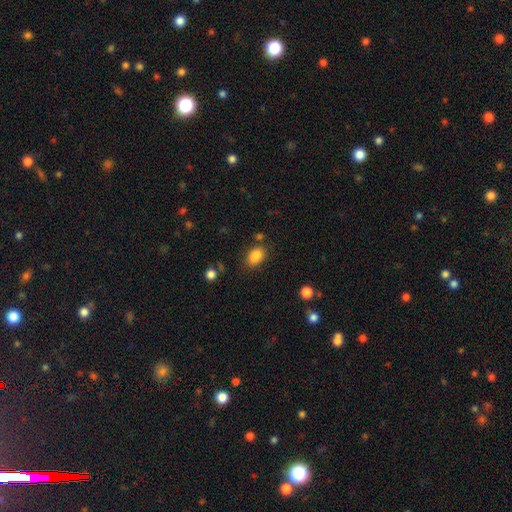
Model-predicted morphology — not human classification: smooth 86%, star or artifact 9%, featured or disk 5%. Down the decision tree: how rounded — in between (84%); merging — none (76%).